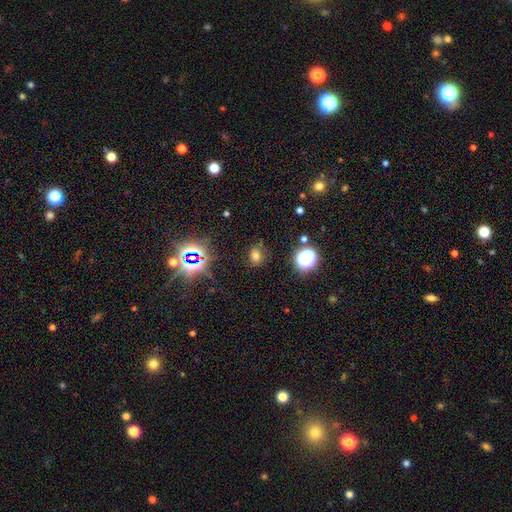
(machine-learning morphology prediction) Overall: smooth (63%; star or artifact 28%). How rounded: in between (50%; round 49%). Merging: none (76%).